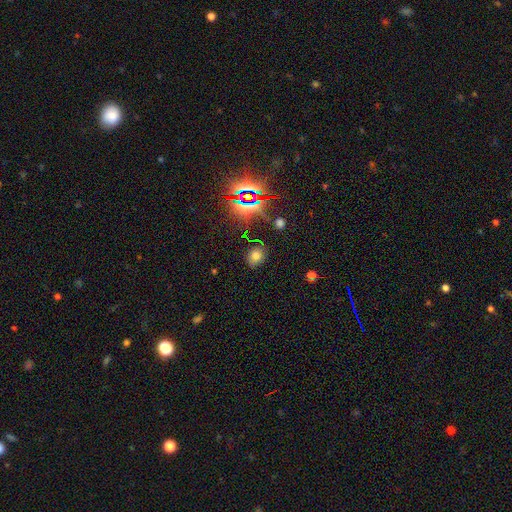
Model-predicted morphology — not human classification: Smooth or featured? smooth (61%)
How rounded? in between (54%)
Merging? none (80%)